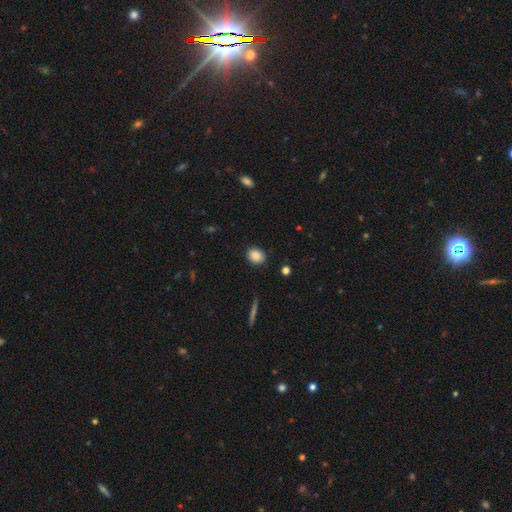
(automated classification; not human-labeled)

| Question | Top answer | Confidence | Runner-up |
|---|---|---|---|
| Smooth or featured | smooth | 86% | star or artifact (9%) |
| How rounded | round | 51% | in between (48%) |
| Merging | none | 88% | minor disturbance (8%) |